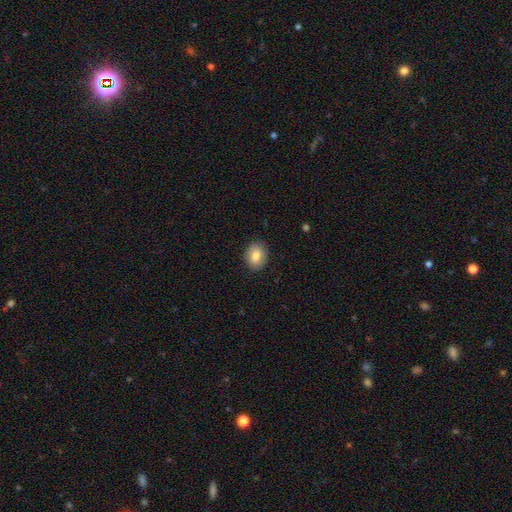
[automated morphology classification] smooth_or_featured: smooth (p=0.81) [alt: featured or disk p=0.11]
how_rounded: in between (p=0.51) [alt: round p=0.48]
merging: none (p=0.88) [alt: minor disturbance p=0.09]